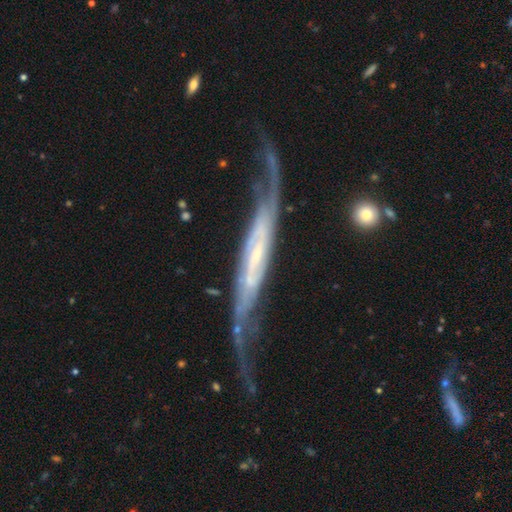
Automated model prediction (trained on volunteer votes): smooth-or-featured: featured or disk: 87% | smooth: 8% | star or artifact: 5%
  disk-edge-on: no: 59% | yes: 41%
    bar: strong: 35% | weak: 34% | no: 31%
    has-spiral-arms: yes: 95% | no: 5%
    bulge-size: small: 63% | moderate: 19% | none: 12% | large: 4% | dominant: 2%
  merging: none: 57% | minor disturbance: 20% | major disturbance: 19% | merger: 4%